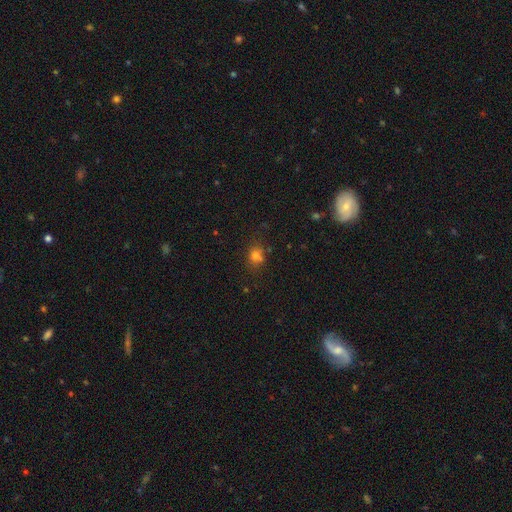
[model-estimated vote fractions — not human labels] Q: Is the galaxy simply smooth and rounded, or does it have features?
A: smooth — 71%.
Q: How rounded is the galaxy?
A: round — 66%.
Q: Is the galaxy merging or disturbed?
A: none — 65%.